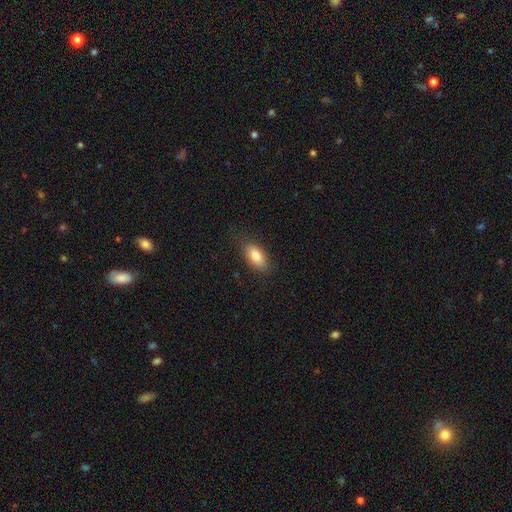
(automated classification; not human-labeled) Overall: smooth (82%). How rounded: in between (88%). Merging: none (81%).